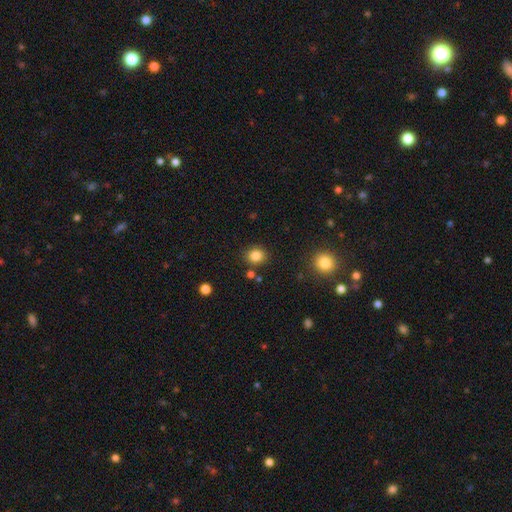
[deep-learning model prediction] Q: Smooth or featured?
A: smooth (84%); runner-up: star or artifact (11%)
Q: How rounded?
A: round (78%); runner-up: in between (21%)
Q: Merging?
A: none (85%); runner-up: minor disturbance (8%)